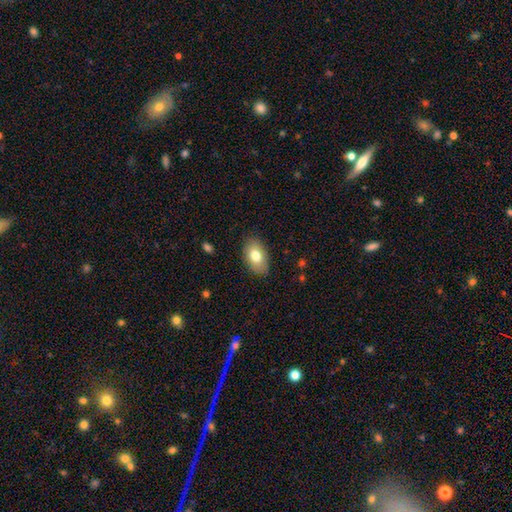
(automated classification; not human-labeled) Smooth or featured: smooth — 77% (featured or disk — 15%)
How rounded: in between — 91% (round — 8%)
Merging: none — 84% (minor disturbance — 12%)